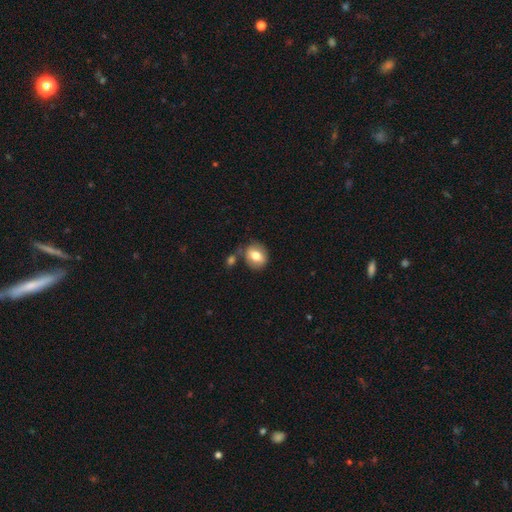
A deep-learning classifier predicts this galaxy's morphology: Q: Smooth or featured?
A: smooth (72%); runner-up: featured or disk (19%)
Q: How rounded?
A: round (61%); runner-up: in between (38%)
Q: Merging?
A: none (65%); runner-up: minor disturbance (15%)